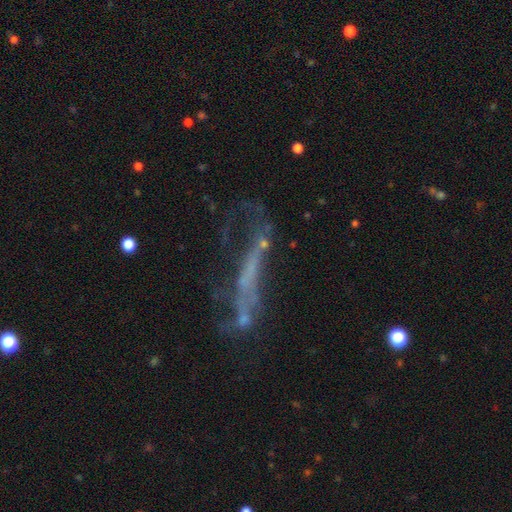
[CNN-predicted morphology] The model was most divided on "merging": major disturbance: 38%, none: 31%, minor disturbance: 16%, merger: 15%. More confident: edge-on disk — no (70%); smooth or featured — featured or disk (58%).